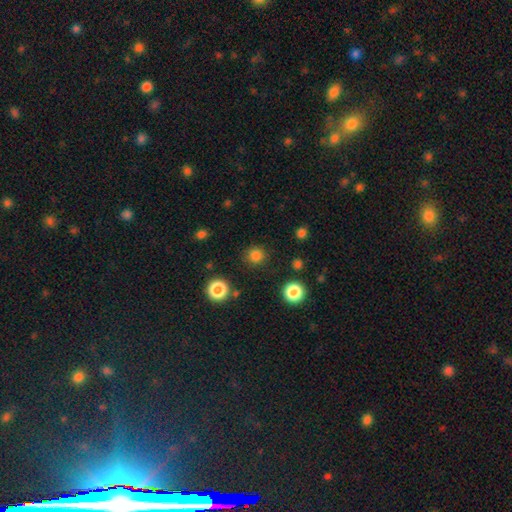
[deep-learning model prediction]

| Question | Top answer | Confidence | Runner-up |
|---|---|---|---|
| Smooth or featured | smooth | 81% | star or artifact (15%) |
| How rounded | round | 95% | in between (5%) |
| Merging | none | 89% | minor disturbance (7%) |